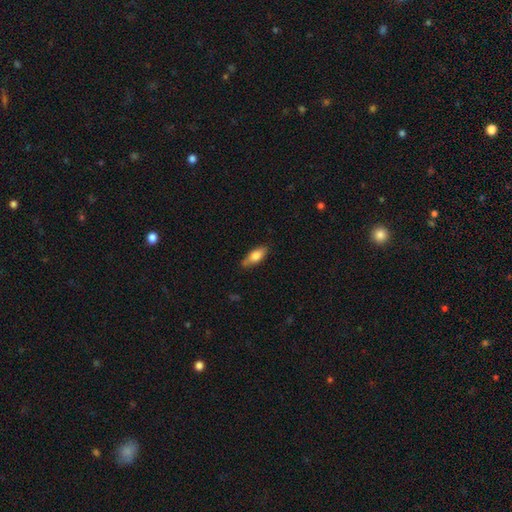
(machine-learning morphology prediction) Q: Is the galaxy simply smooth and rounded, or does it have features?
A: smooth — 78%.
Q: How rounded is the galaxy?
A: in between — 76%.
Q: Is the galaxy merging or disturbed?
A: none — 75%.